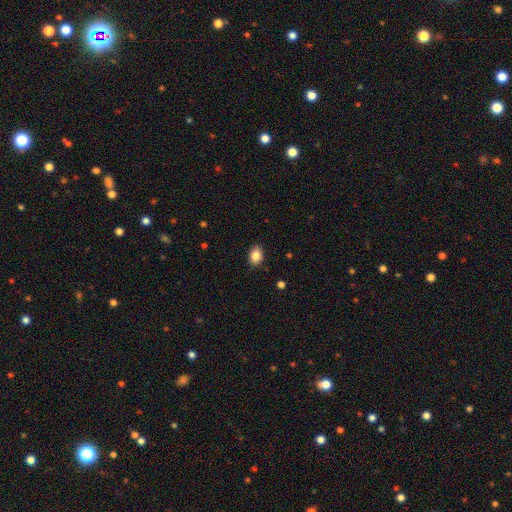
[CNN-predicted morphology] Smooth or featured?
  - smooth: 85% *
  - star or artifact: 9%
  - featured or disk: 6%
How rounded?
  - in between: 73% *
  - round: 26%
  - cigar-shaped: 1%
Merging?
  - none: 86% *
  - minor disturbance: 11%
  - major disturbance: 2%
  - merger: 1%